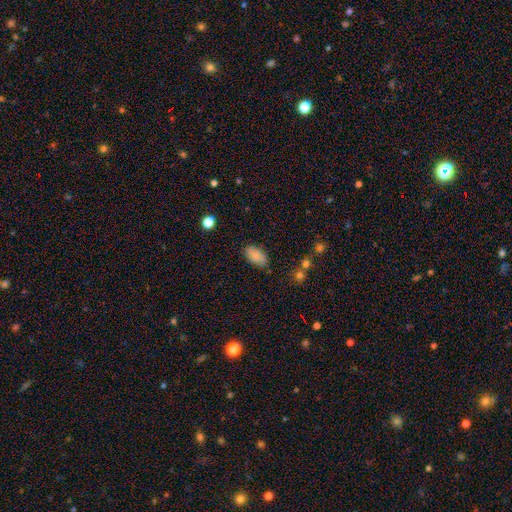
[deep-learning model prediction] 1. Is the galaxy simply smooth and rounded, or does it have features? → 84% smooth, 8% featured or disk, 8% star or artifact.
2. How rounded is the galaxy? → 94% in between, 4% round, 2% cigar-shaped.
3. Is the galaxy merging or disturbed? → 83% none, 13% minor disturbance, 3% major disturbance, 2% merger.